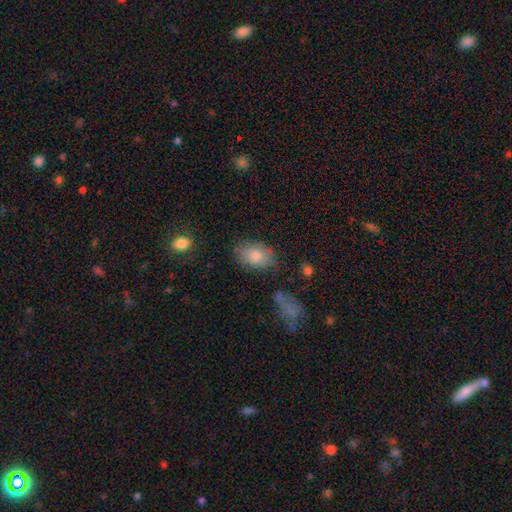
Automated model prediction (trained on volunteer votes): Smooth or featured? smooth (80%)
How rounded? in between (86%)
Merging? none (74%)